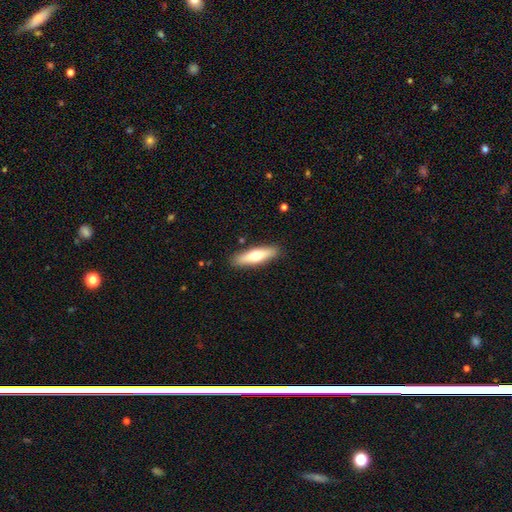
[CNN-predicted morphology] smooth-or-featured: smooth: 62% | featured or disk: 33% | star or artifact: 6%
  how-rounded: cigar-shaped: 66% | in between: 32% | round: 2%
  merging: none: 88% | minor disturbance: 8% | major disturbance: 2% | merger: 1%